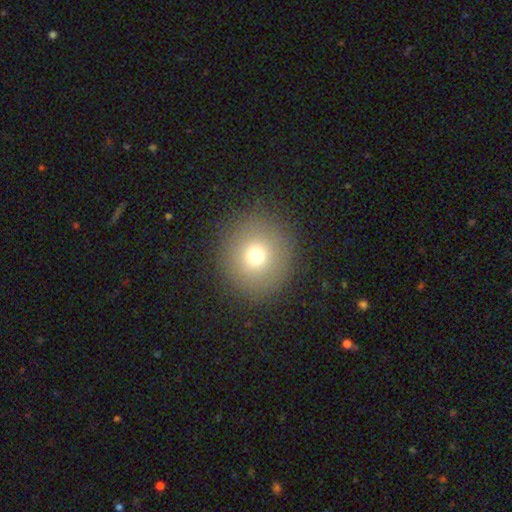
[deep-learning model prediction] Smooth or featured? Predicted: smooth (p=0.70). How rounded? Predicted: round (p=0.91). Merging? Predicted: none (p=0.88).